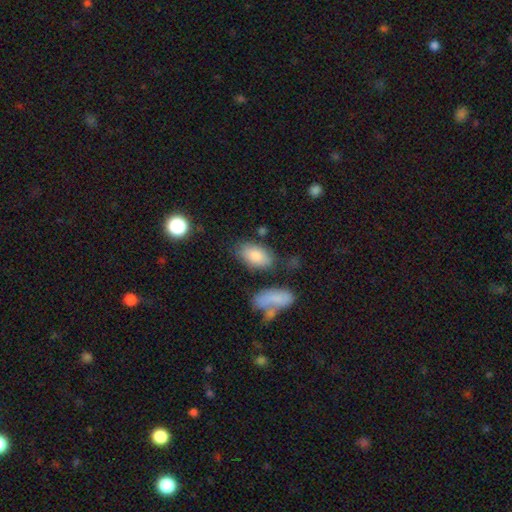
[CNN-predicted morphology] A smooth galaxy with no disk features (84%) that is in between round and cigar-shaped (93%). Merging: none (72%).